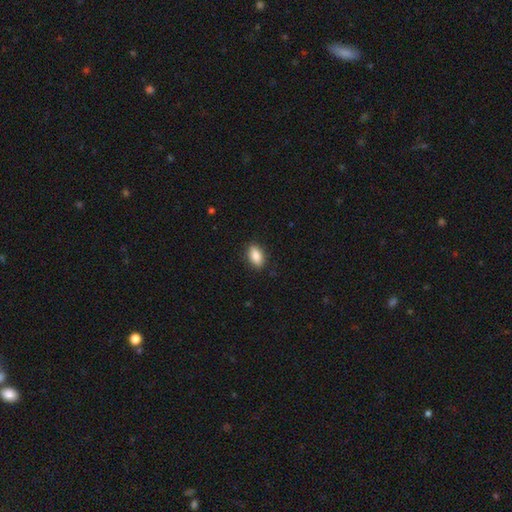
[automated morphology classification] This appears to be a smooth galaxy with no disk features (86%) that is in between round and cigar-shaped (88%). Merging: none (87%).